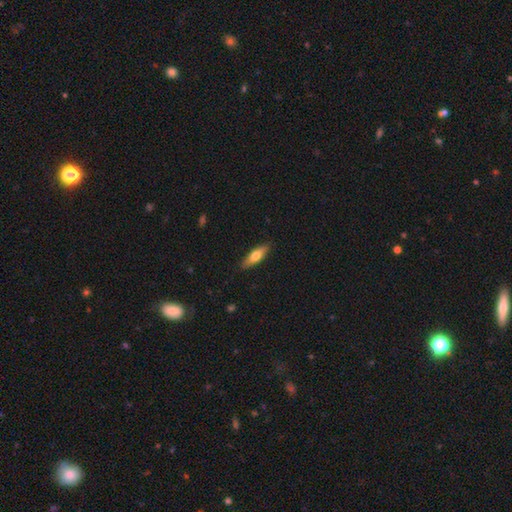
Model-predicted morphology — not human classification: This appears to be a smooth galaxy with no disk features (58%) that is cigar-shaped (62%). Merging: none (88%).